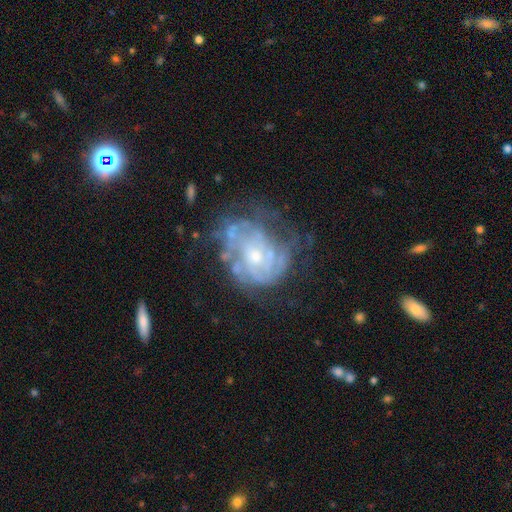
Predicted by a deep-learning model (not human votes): Smooth or featured? Predicted: featured or disk (p=0.79). Edge-on disk? Predicted: no (p=0.97). Bar? Predicted: no (p=0.78). Spiral arms? Predicted: yes (p=0.74). Spiral winding? Predicted: tight (p=0.63). Spiral arm count? Predicted: can't tell (p=0.57). Bulge size? Predicted: small (p=0.53). Merging? Predicted: none (p=0.50).